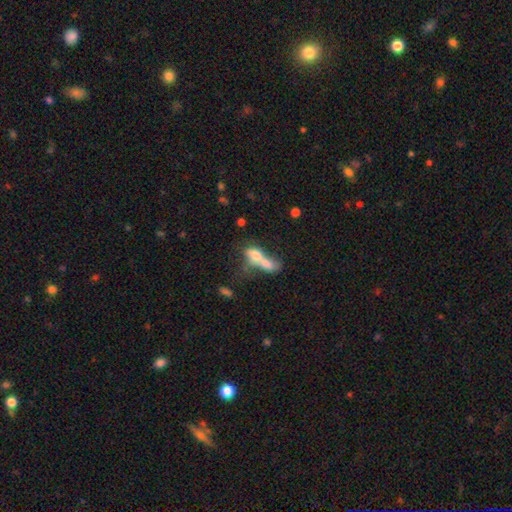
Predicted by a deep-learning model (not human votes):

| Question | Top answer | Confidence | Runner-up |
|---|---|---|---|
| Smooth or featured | smooth | 63% | featured or disk (27%) |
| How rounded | in between | 71% | cigar-shaped (16%) |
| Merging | merger | 72% | none (12%) |